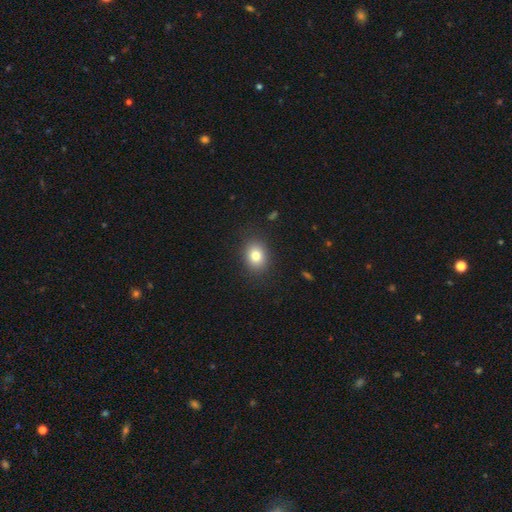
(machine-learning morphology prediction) This is clearly a smooth galaxy (80%). How rounded: possibly in between (55%). Merging: clearly none (87%).